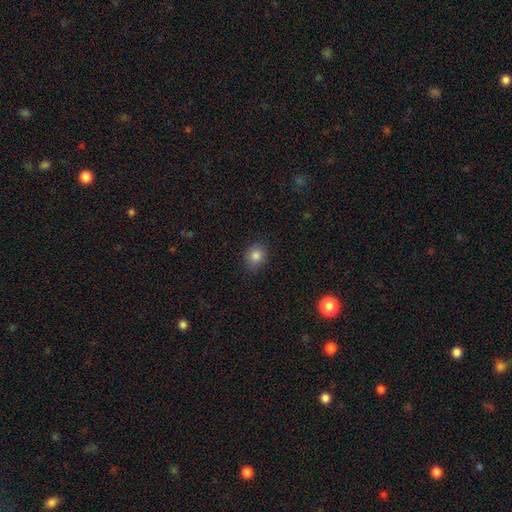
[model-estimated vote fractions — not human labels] A smooth galaxy with no disk features (83%) that is round (69%). Merging: none (84%).